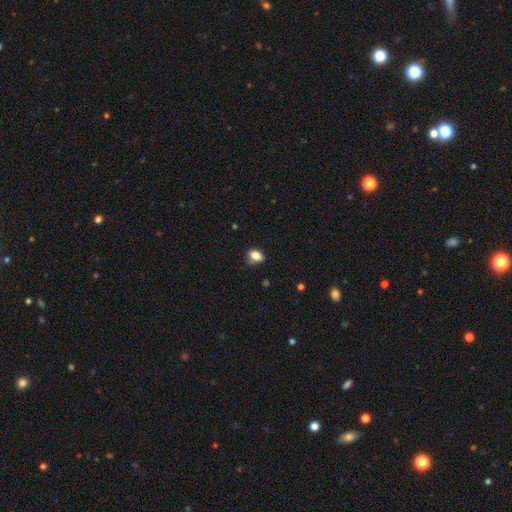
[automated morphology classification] Q: Smooth or featured?
A: smooth (83%); runner-up: star or artifact (10%)
Q: How rounded?
A: in between (69%); runner-up: round (29%)
Q: Merging?
A: none (68%); runner-up: minor disturbance (25%)